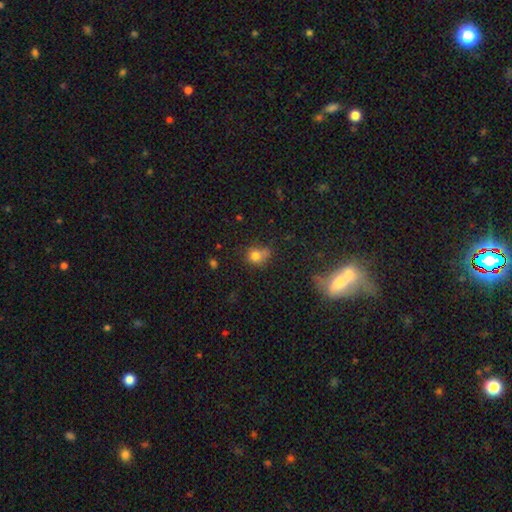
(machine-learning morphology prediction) This is likely a smooth galaxy (76%). How rounded: likely round (67%). Merging: possibly none (51%).